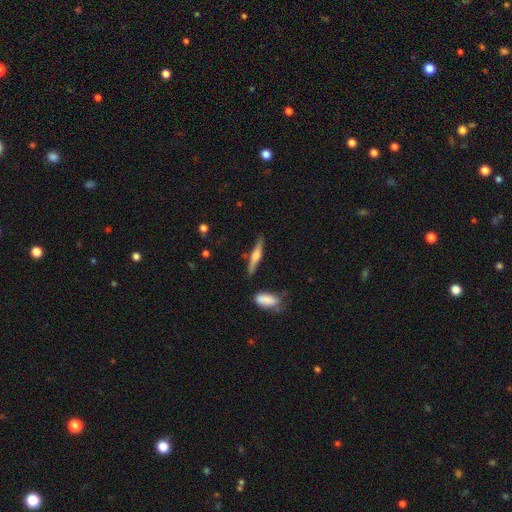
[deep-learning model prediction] smooth-or-featured: featured or disk: 58% | smooth: 36% | star or artifact: 6%
  disk-edge-on: yes: 96% | no: 4%
    edge-on-bulge: rounded: 77% | boxy: 16% | none: 7%
  merging: none: 82% | minor disturbance: 12% | merger: 4% | major disturbance: 3%